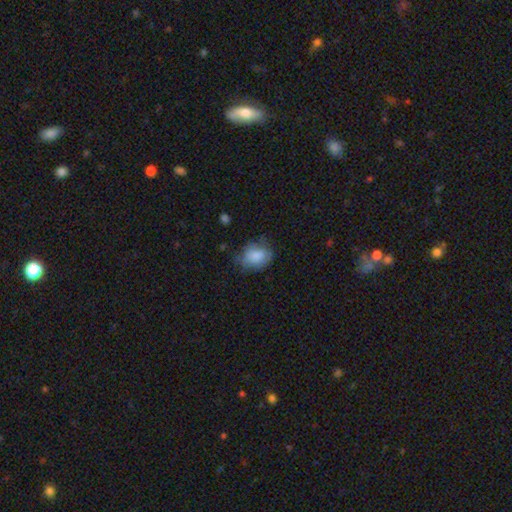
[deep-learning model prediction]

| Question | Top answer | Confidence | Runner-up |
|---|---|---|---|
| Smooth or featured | smooth | 80% | featured or disk (12%) |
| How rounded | in between | 67% | round (32%) |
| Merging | none | 57% | minor disturbance (30%) |